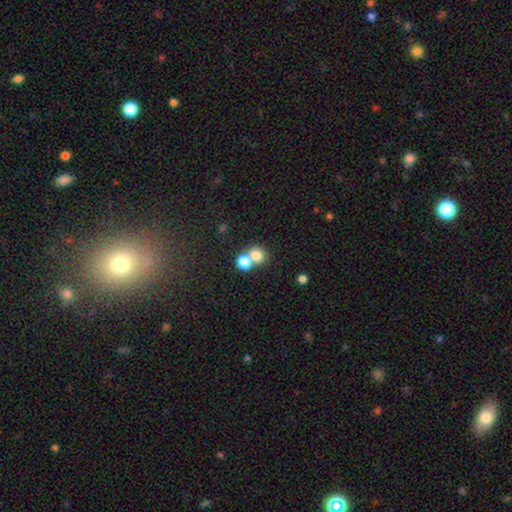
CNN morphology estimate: type=smooth (78%); roundness=round (79%); merging=merger (57%).